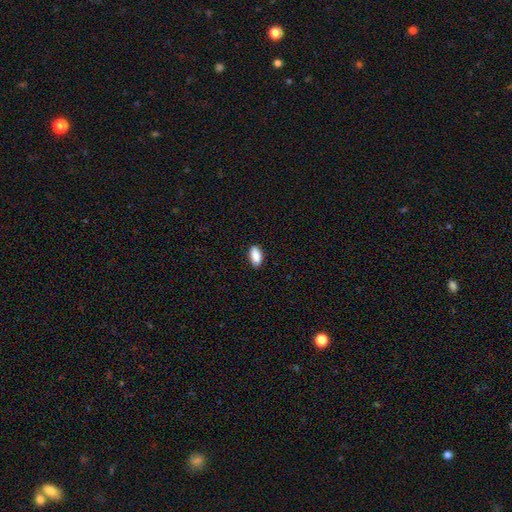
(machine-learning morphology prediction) Smooth or featured? Predicted: smooth (p=0.88). How rounded? Predicted: in between (p=0.89). Merging? Predicted: none (p=0.86).